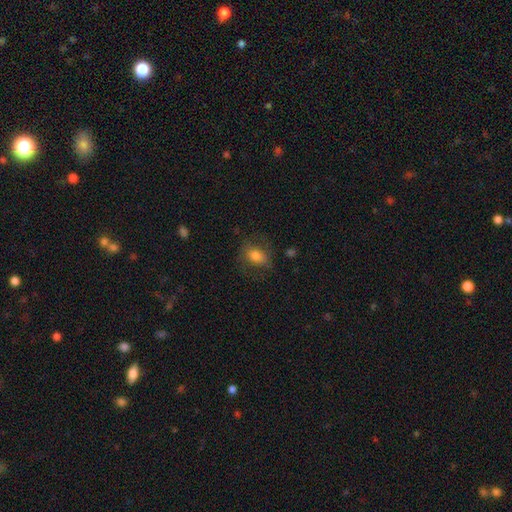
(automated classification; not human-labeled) Smooth or featured? smooth (73%)
How rounded? in between (65%)
Merging? none (68%)